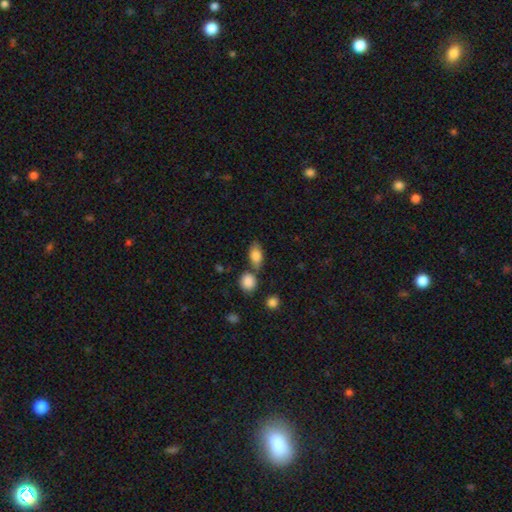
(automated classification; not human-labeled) A smooth galaxy with no disk features (82%) that is in between round and cigar-shaped (86%).

Vote fractions:
- Smooth or featured? smooth: 82% / featured or disk: 11% / star or artifact: 8%
- How rounded? in between: 86% / round: 9% / cigar-shaped: 5%
- Merging? none: 63% / merger: 20% / minor disturbance: 13% / major disturbance: 4%